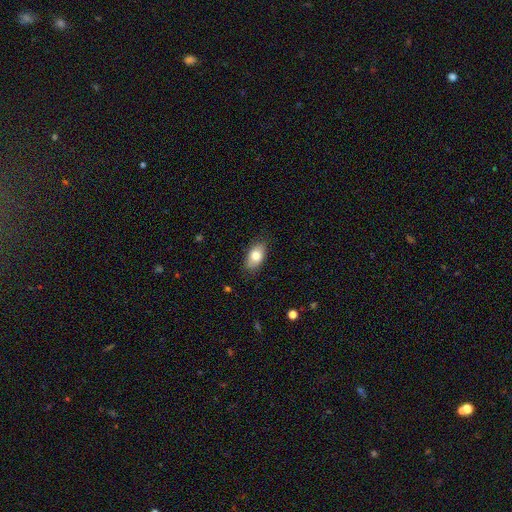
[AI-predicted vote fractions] Overall: smooth (79%). How rounded: in between (90%). Merging: none (83%).